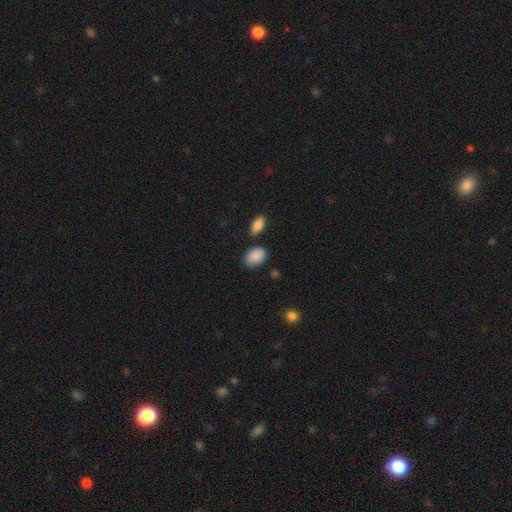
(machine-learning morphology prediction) Smooth or featured: smooth — 88% (star or artifact — 7%)
How rounded: in between — 76% (round — 22%)
Merging: none — 74% (minor disturbance — 18%)